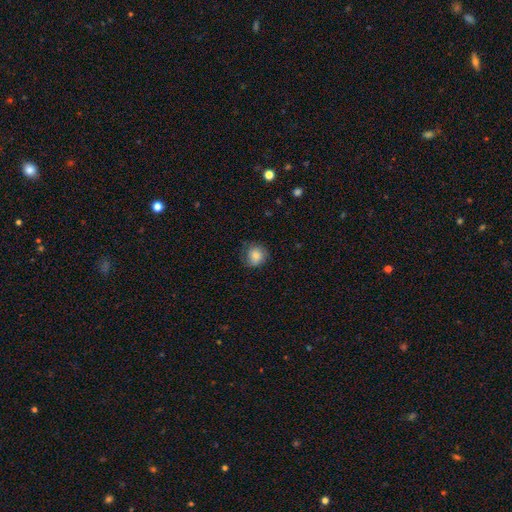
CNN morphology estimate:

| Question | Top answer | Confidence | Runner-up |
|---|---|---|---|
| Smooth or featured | smooth | 78% | featured or disk (14%) |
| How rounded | round | 84% | in between (15%) |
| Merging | none | 70% | minor disturbance (22%) |